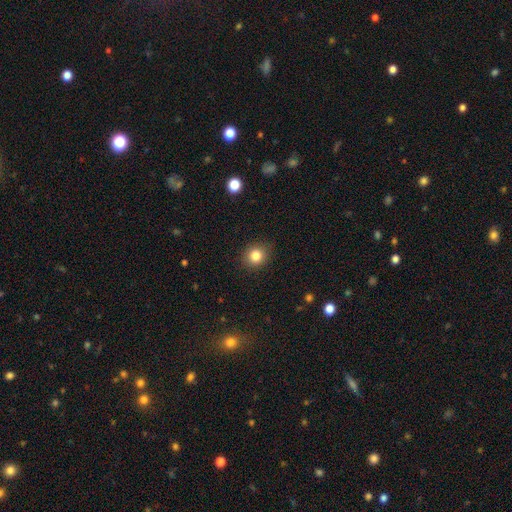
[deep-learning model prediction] Smooth or featured? smooth (84%)
How rounded? round (82%)
Merging? none (88%)